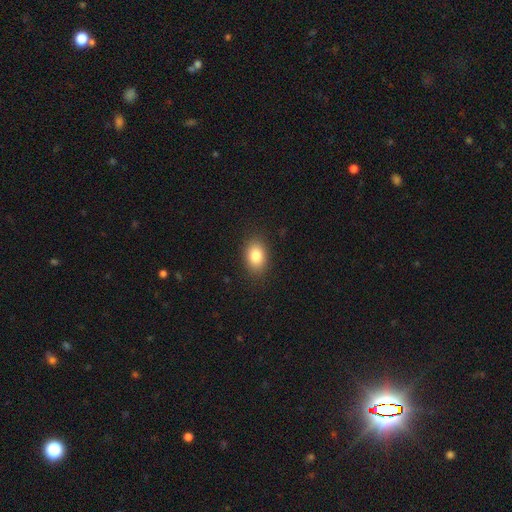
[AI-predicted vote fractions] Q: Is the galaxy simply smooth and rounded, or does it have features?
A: smooth — 83%.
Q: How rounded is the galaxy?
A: in between — 80%.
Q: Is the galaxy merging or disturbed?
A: none — 87%.